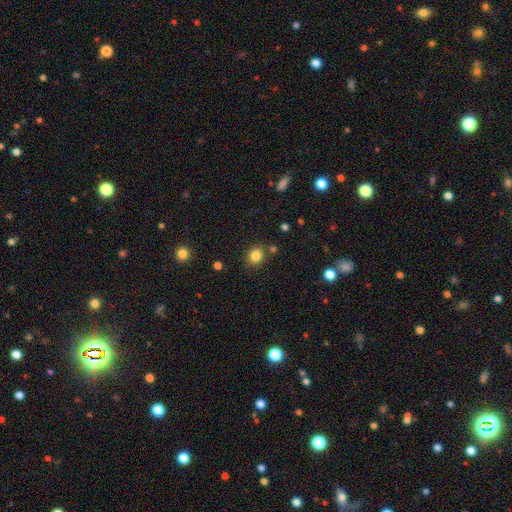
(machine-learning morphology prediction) Overall: smooth (83%). How rounded: round (69%; in between 30%). Merging: none (82%).